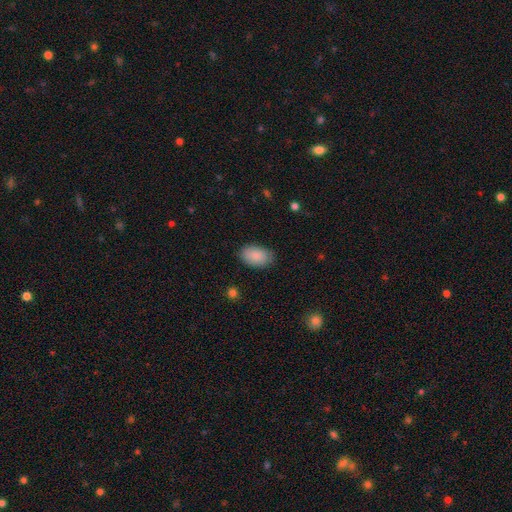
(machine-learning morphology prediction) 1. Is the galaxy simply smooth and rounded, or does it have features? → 88% smooth, 6% star or artifact, 6% featured or disk.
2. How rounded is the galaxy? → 92% in between, 7% round, 1% cigar-shaped.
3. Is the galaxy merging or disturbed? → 82% none, 14% minor disturbance, 3% major disturbance, 1% merger.